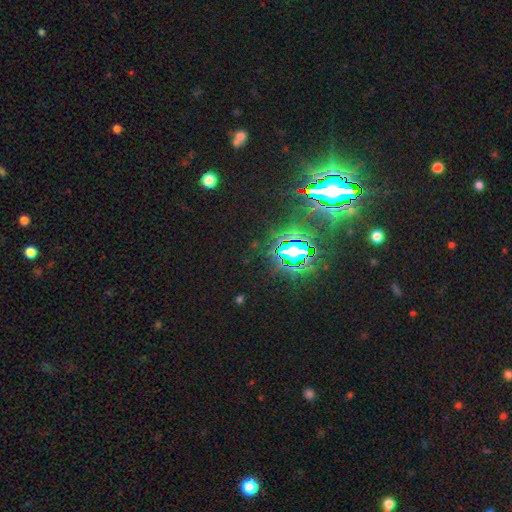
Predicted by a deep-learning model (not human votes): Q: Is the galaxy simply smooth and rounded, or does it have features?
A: star or artifact — 83%.